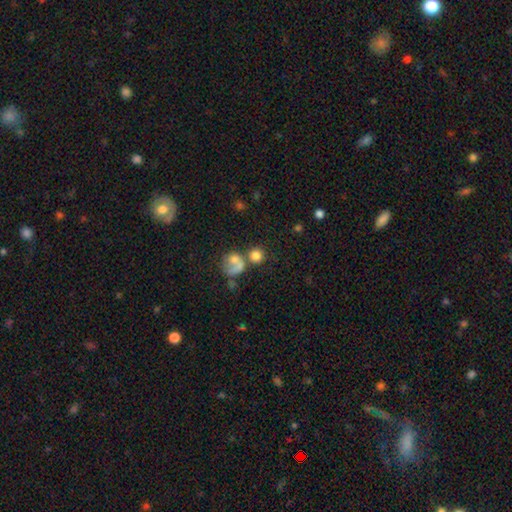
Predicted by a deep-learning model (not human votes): smooth 76%, featured or disk 12%, star or artifact 11%. Down the decision tree: how rounded — round (86%); merging — none (47%).